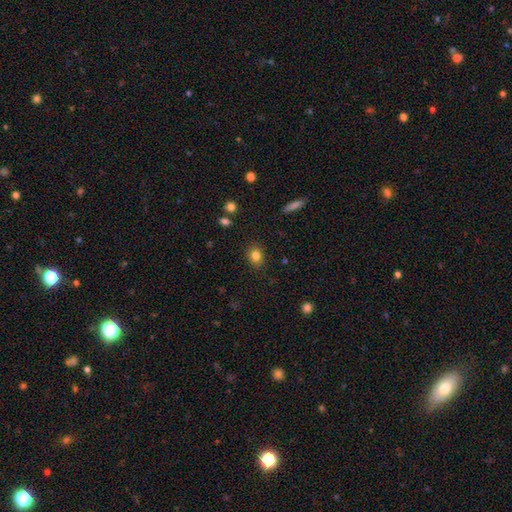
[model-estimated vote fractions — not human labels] Smooth or featured? smooth (82%)
How rounded? round (59%)
Merging? none (87%)